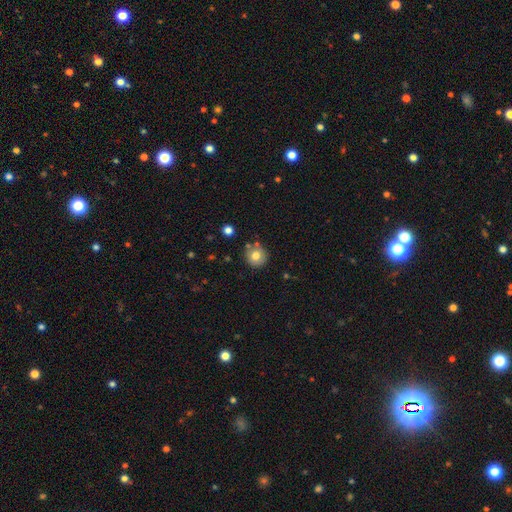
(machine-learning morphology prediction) A smooth galaxy with no disk features (76%) that is round (93%). Merging: none (80%).